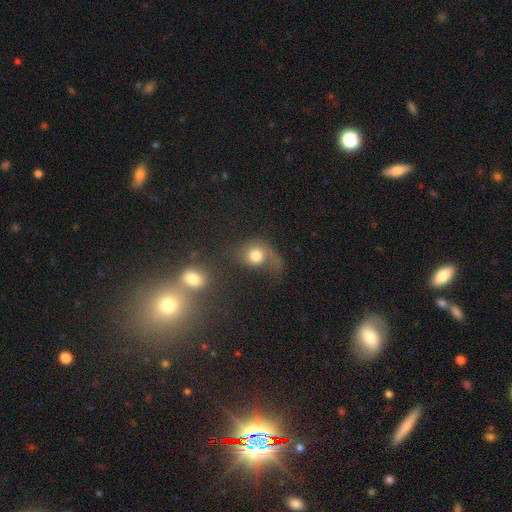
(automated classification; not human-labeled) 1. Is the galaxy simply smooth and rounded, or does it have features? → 67% smooth, 21% featured or disk, 12% star or artifact.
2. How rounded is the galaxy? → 66% round, 32% in between, 1% cigar-shaped.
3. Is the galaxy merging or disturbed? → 35% major disturbance, 31% none, 18% minor disturbance, 15% merger.